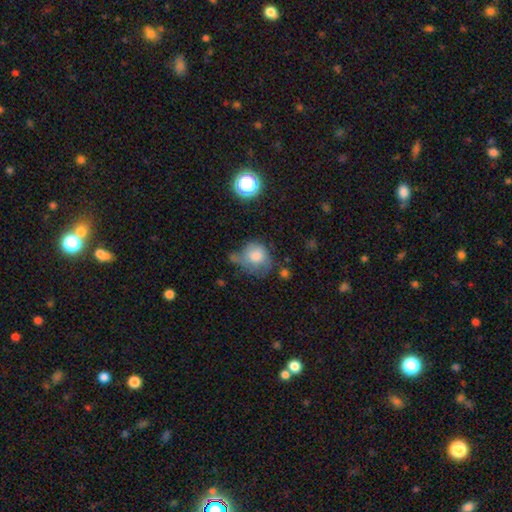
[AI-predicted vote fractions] Smooth or featured? Predicted: smooth (p=0.71). How rounded? Predicted: round (p=0.72). Merging? Predicted: none (p=0.35).